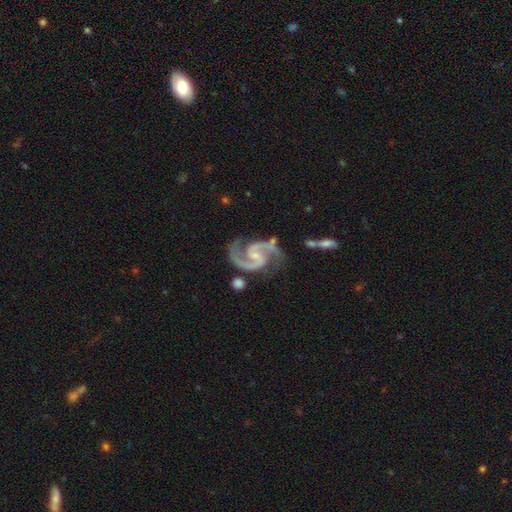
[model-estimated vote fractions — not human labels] featured or disk 94%, star or artifact 4%, smooth 2%. Down the decision tree: edge-on disk — no (98%); bar — weak (45%); spiral arms — yes (99%); spiral arm count — 2 (95%); spiral winding — medium (69%); bulge size — small (61%); merging — none (72%).